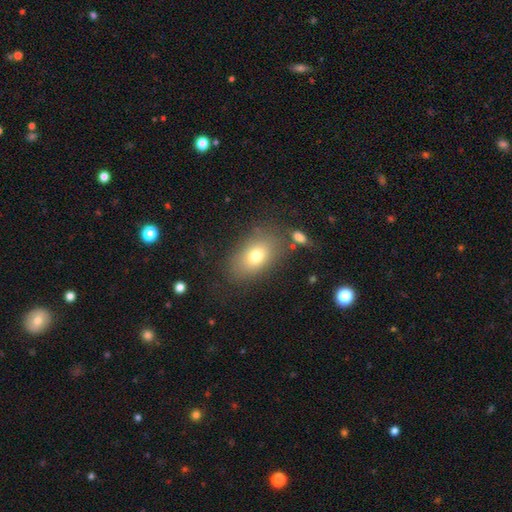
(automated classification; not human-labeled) The model was most divided on "smooth or featured": smooth: 73%, featured or disk: 16%, star or artifact: 11%. More confident: how rounded — in between (84%); merging — none (74%).